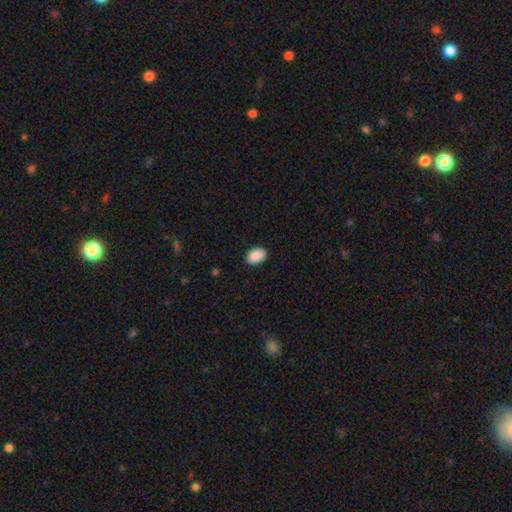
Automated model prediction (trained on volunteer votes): Smooth or featured? Predicted: smooth (p=0.91). How rounded? Predicted: in between (p=0.86). Merging? Predicted: none (p=0.89).